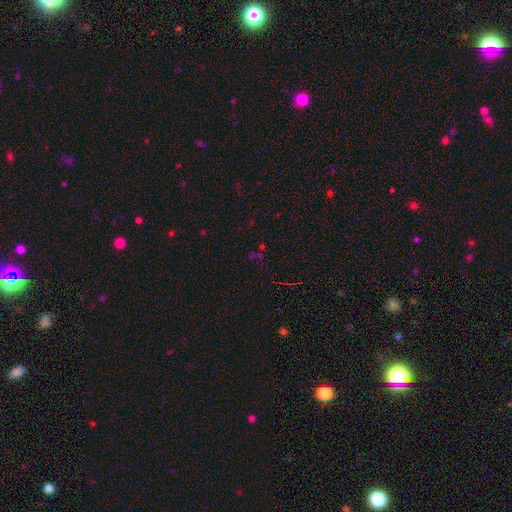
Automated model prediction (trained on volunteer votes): Smooth or featured?
  - star or artifact: 67% *
  - smooth: 21%
  - featured or disk: 11%